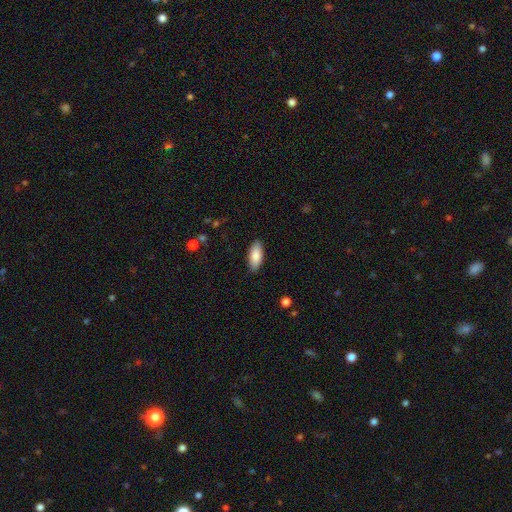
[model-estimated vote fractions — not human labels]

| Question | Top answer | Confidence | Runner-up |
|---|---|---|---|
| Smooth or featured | smooth | 86% | featured or disk (8%) |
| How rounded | in between | 85% | cigar-shaped (13%) |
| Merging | none | 89% | minor disturbance (9%) |